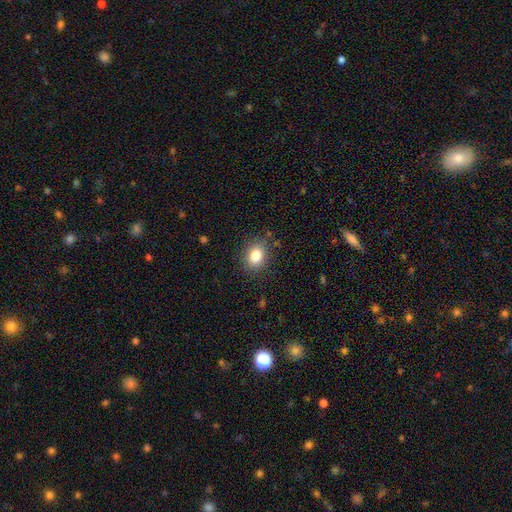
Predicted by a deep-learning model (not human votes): smooth-or-featured: smooth: 83% | star or artifact: 10% | featured or disk: 7%
  how-rounded: in between: 59% | round: 40% | cigar-shaped: 1%
  merging: none: 85% | minor disturbance: 11% | major disturbance: 3% | merger: 1%